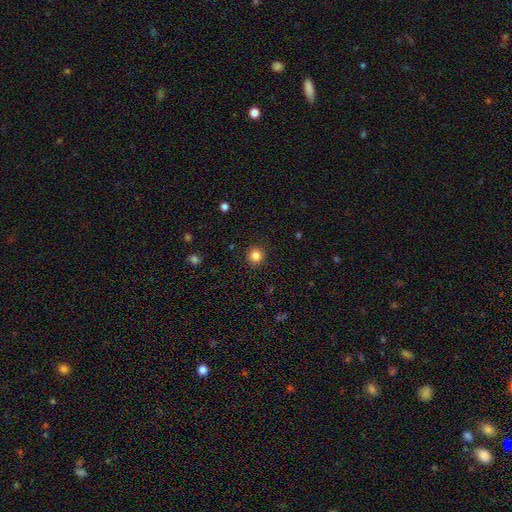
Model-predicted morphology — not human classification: Smooth or featured? smooth (85%)
How rounded? round (92%)
Merging? none (91%)